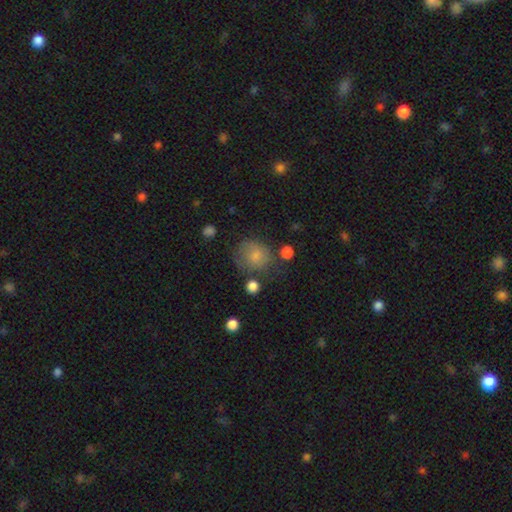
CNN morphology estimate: Overall: smooth (77%). How rounded: round (76%). Merging: none (56%; minor disturbance 23%).